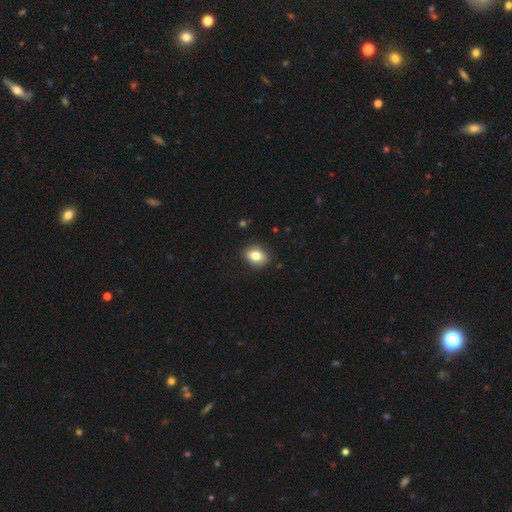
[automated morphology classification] type=smooth (81%); roundness=in between (67%); merging=none (88%).